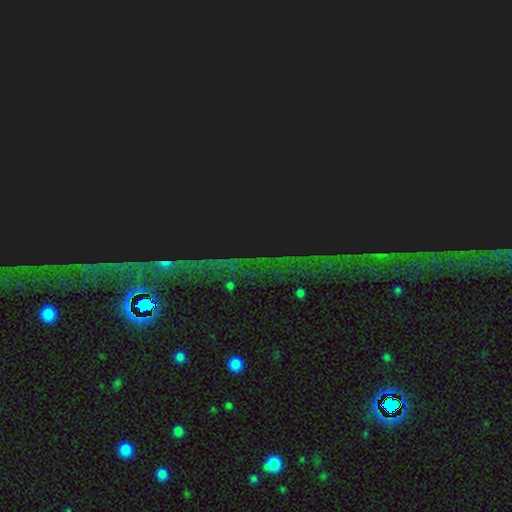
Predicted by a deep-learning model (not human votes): This is clearly a star or artifact rather than a galaxy (85%).